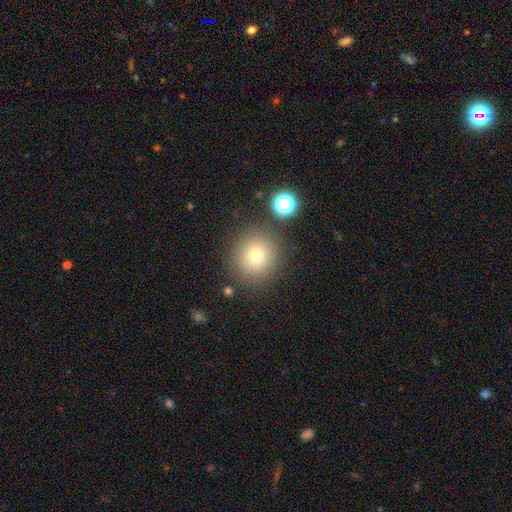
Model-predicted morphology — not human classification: Q: Smooth or featured?
A: smooth (74%); runner-up: star or artifact (15%)
Q: How rounded?
A: round (92%); runner-up: in between (7%)
Q: Merging?
A: none (84%); runner-up: minor disturbance (9%)